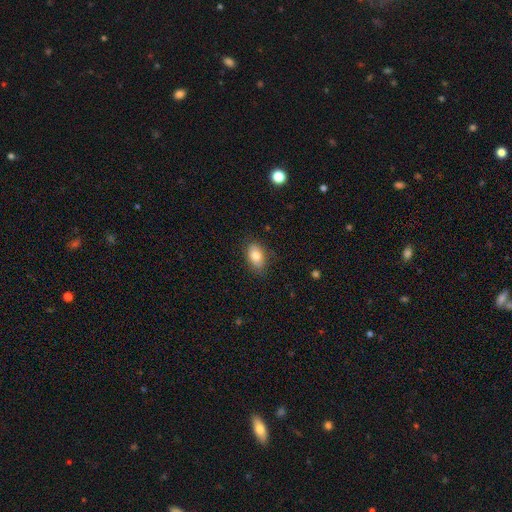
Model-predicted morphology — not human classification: Smooth or featured? smooth (81%)
How rounded? in between (89%)
Merging? none (81%)